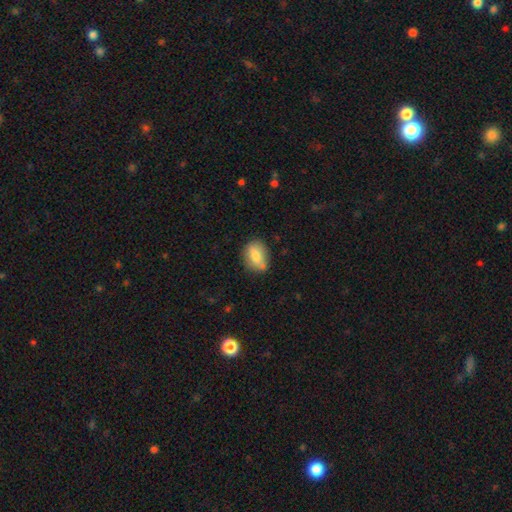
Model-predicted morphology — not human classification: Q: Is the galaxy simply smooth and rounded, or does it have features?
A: smooth — 77%.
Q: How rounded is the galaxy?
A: in between — 76%.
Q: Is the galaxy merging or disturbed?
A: none — 65%.